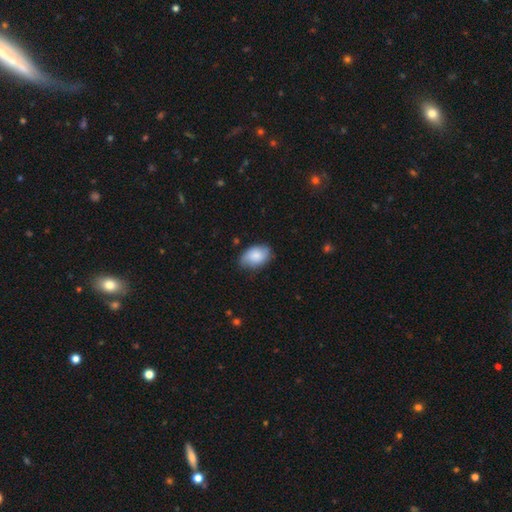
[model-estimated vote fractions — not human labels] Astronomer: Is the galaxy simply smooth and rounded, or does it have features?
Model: smooth — 73%.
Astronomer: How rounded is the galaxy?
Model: in between — 86%.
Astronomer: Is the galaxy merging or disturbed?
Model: none — 71%.